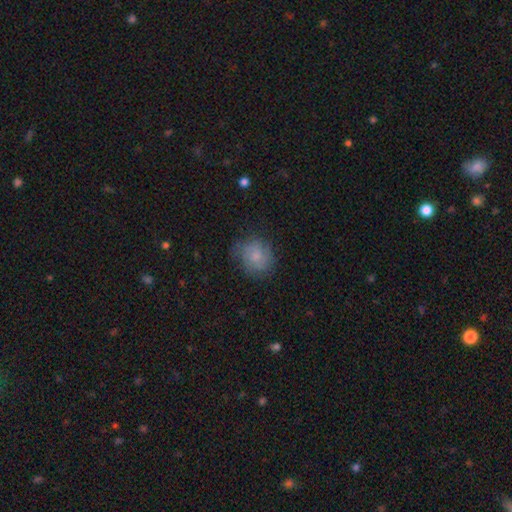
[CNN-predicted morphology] smooth 69%, featured or disk 22%, star or artifact 9%. Down the decision tree: how rounded — round (74%); merging — none (68%).